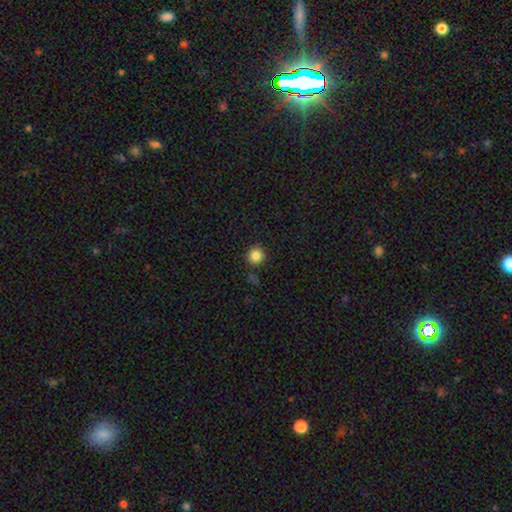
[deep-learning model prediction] smooth_or_featured: smooth (p=0.85) [alt: star or artifact p=0.11]
how_rounded: round (p=0.94) [alt: in between p=0.05]
merging: none (p=0.87) [alt: minor disturbance p=0.07]